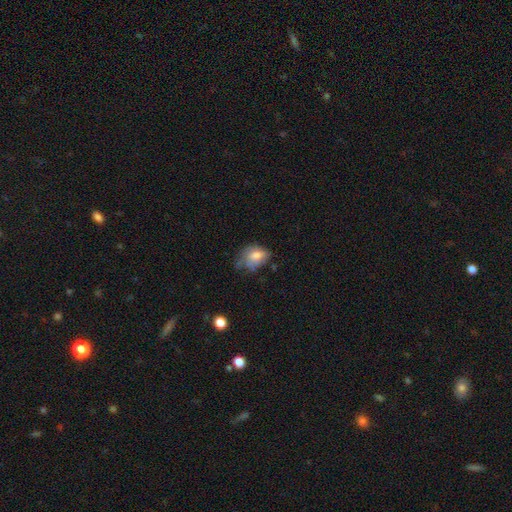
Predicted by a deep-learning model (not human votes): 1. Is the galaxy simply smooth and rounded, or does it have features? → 70% smooth, 21% featured or disk, 9% star or artifact.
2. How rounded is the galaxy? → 75% in between, 23% round, 1% cigar-shaped.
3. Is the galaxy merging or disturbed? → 38% minor disturbance, 35% none, 22% major disturbance, 4% merger.